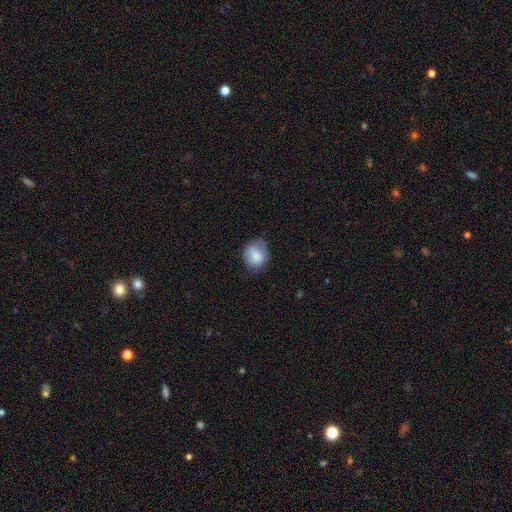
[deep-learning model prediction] Smooth or featured? smooth (78%)
How rounded? round (59%)
Merging? none (53%)